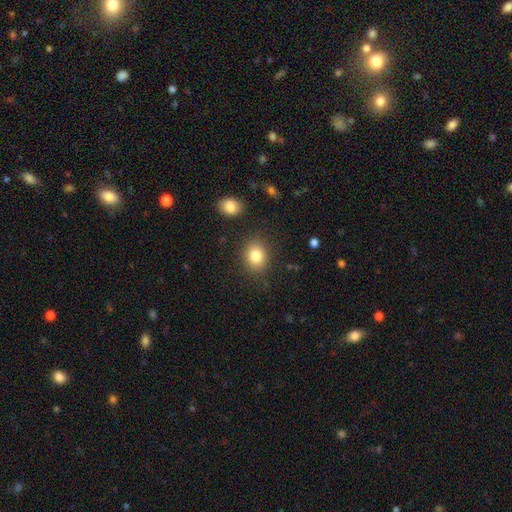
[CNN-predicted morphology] This appears to be a smooth galaxy with no disk features (82%) that is round (58%). Merging: none (84%).